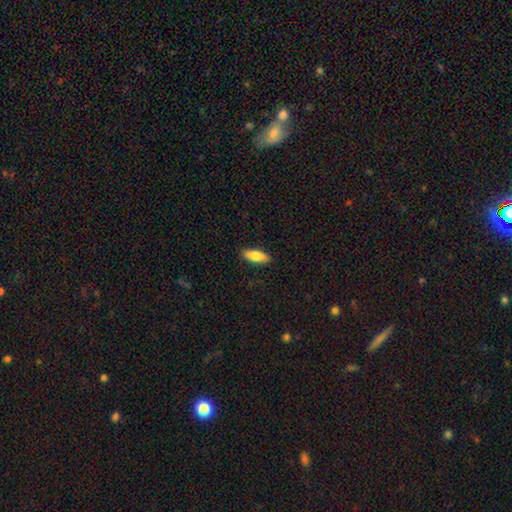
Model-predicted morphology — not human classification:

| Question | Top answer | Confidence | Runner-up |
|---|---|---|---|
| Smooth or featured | smooth | 82% | featured or disk (12%) |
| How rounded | in between | 73% | cigar-shaped (25%) |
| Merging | none | 89% | minor disturbance (8%) |